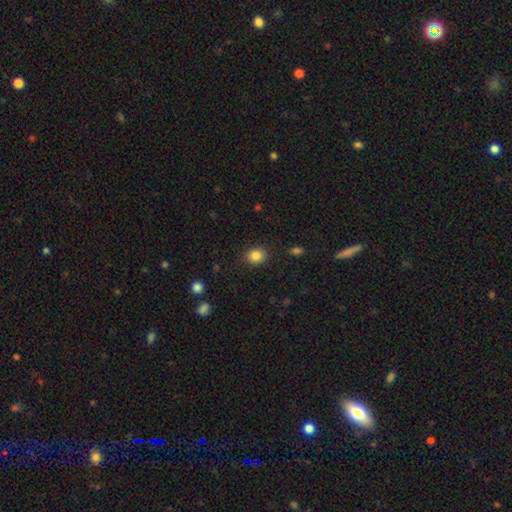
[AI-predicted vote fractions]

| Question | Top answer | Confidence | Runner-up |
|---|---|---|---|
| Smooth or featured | smooth | 85% | star or artifact (10%) |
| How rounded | round | 65% | in between (34%) |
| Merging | none | 88% | minor disturbance (8%) |